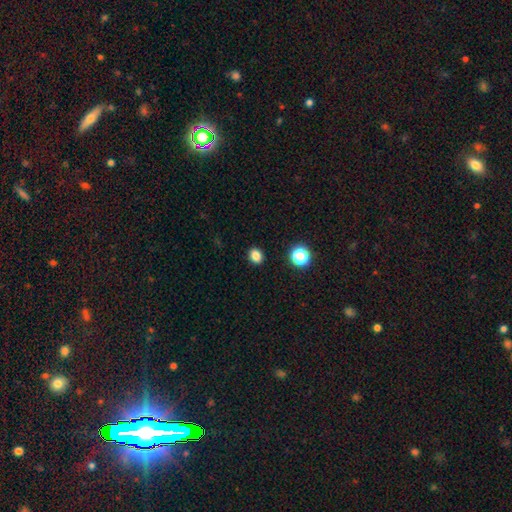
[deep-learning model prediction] This appears to be a smooth galaxy with no disk features (84%) that is round (57%). Merging: none (91%).